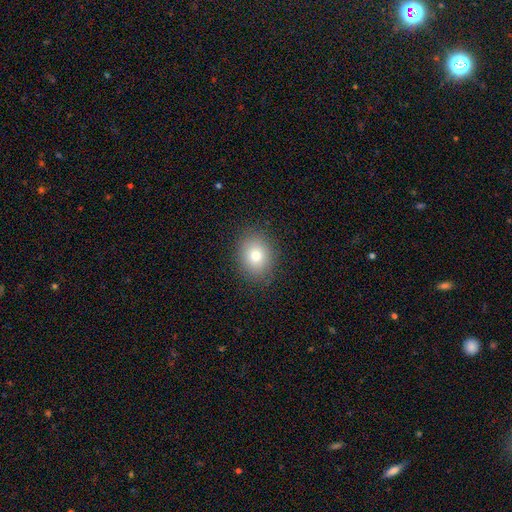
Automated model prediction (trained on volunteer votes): This is likely a smooth galaxy (78%). How rounded: possibly round (55%). Merging: clearly none (87%).